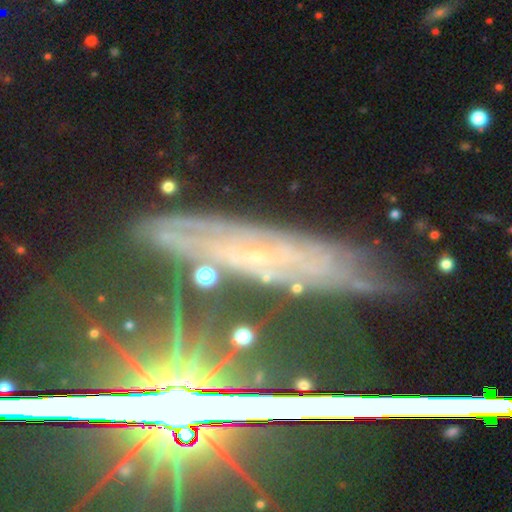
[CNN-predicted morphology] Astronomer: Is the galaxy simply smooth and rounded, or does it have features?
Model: featured or disk — 51% (runner-up: star or artifact, 34%).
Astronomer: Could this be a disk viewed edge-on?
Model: yes — 51% (runner-up: no, 49%).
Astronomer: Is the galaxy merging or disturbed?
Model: none — 77%.